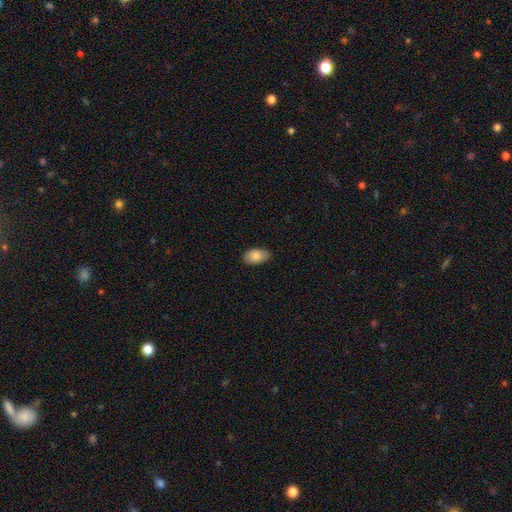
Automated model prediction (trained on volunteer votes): Overall: smooth (86%). How rounded: in between (93%). Merging: none (81%).